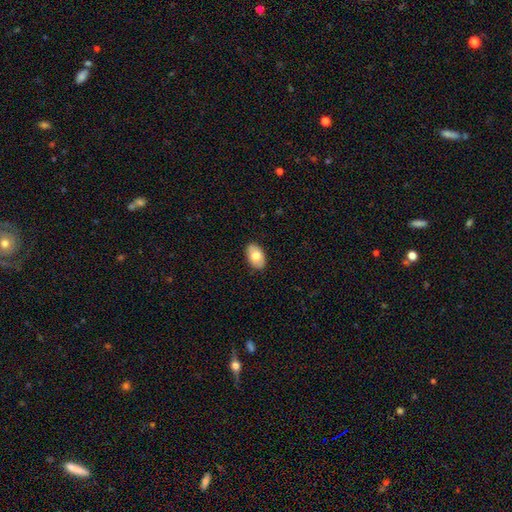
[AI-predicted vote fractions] Smooth or featured?
  - smooth: 78% *
  - featured or disk: 16%
  - star or artifact: 6%
How rounded?
  - in between: 92% *
  - round: 6%
  - cigar-shaped: 1%
Merging?
  - none: 89% *
  - minor disturbance: 9%
  - major disturbance: 2%
  - merger: 1%